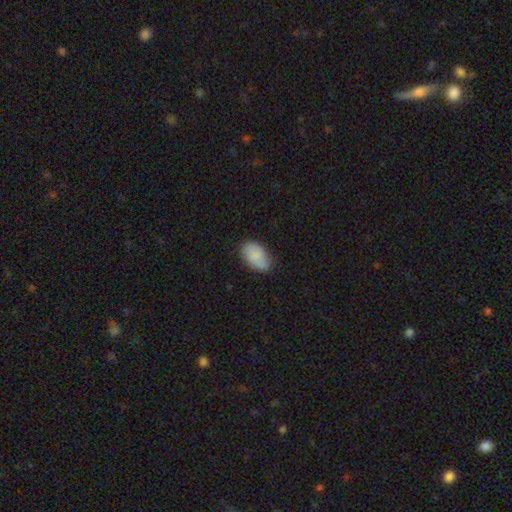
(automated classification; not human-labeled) This is likely a smooth galaxy (77%). How rounded: clearly in between (92%). Merging: likely none (73%).